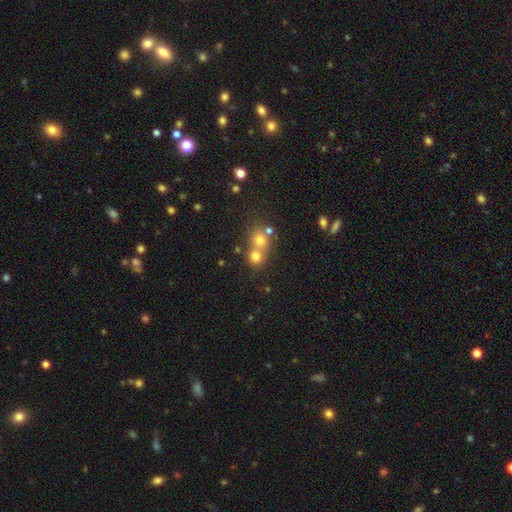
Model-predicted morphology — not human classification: A smooth galaxy with no disk features (72%) that is round (81%).

Vote fractions:
- Smooth or featured? smooth: 72% / star or artifact: 16% / featured or disk: 12%
- How rounded? round: 81% / in between: 18% / cigar-shaped: 1%
- Merging? merger: 49% / none: 42% / minor disturbance: 6% / major disturbance: 3%